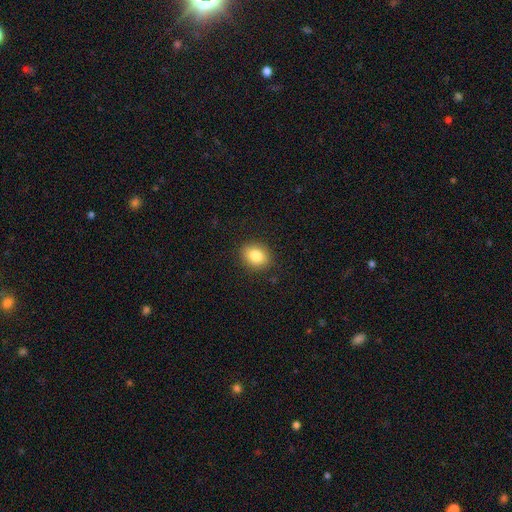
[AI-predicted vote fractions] Smooth or featured?
  - smooth: 84% *
  - star or artifact: 9%
  - featured or disk: 7%
How rounded?
  - in between: 57% *
  - round: 42%
  - cigar-shaped: 1%
Merging?
  - none: 89% *
  - minor disturbance: 8%
  - major disturbance: 2%
  - merger: 1%